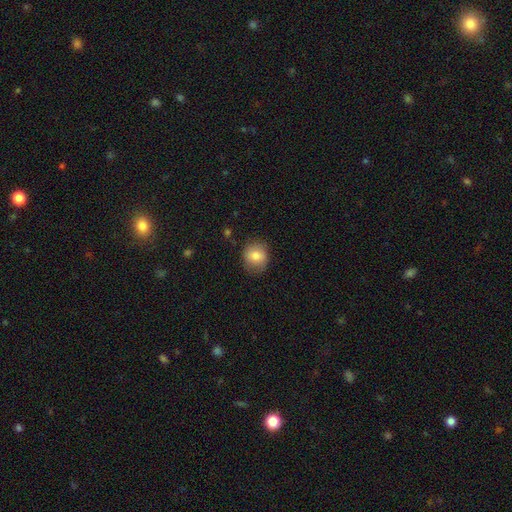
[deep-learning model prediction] This appears to be a smooth galaxy with no disk features (80%) that is round (77%). Merging: none (78%).